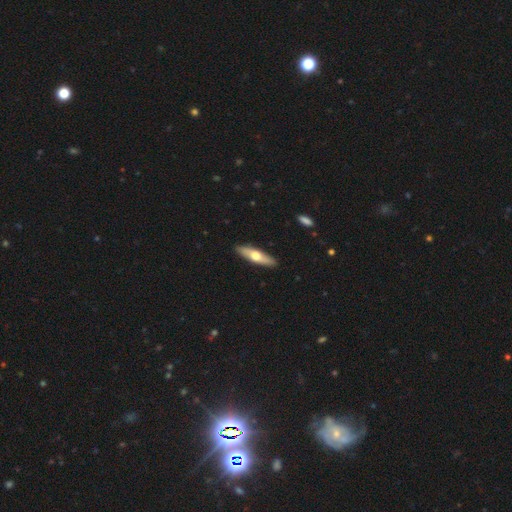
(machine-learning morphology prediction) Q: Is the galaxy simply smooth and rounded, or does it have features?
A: smooth — 52%.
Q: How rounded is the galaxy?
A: cigar-shaped — 68%.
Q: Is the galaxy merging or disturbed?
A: none — 90%.